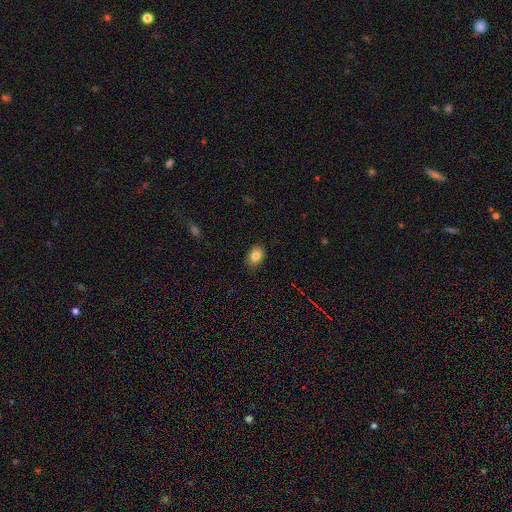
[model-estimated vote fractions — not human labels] Overall: smooth (84%). How rounded: in between (75%). Merging: none (82%).